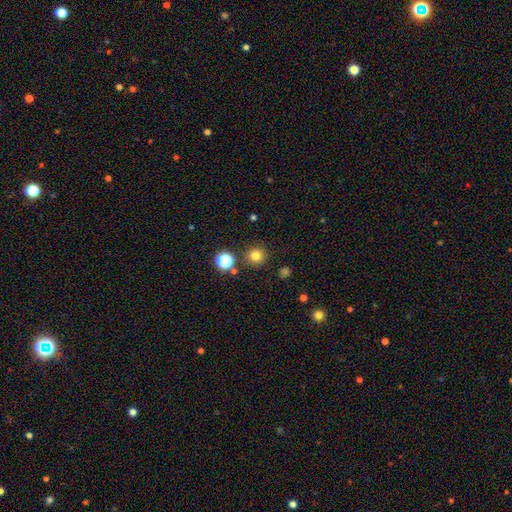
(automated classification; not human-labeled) smooth_or_featured: smooth (p=0.80) [alt: star or artifact p=0.15]
how_rounded: round (p=0.95) [alt: in between p=0.04]
merging: none (p=0.88) [alt: minor disturbance p=0.06]